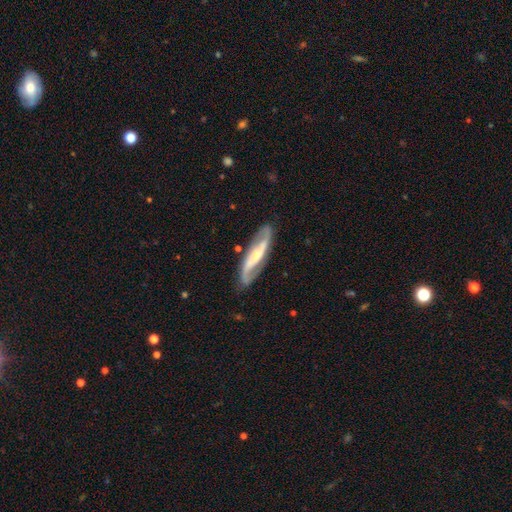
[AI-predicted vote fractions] featured or disk 85%, smooth 10%, star or artifact 4%. Down the decision tree: edge-on disk — no (86%); bar — strong (48%); spiral arms — yes (96%); spiral arm count — 2 (92%); spiral winding — medium (43%); bulge size — small (46%); merging — none (82%).